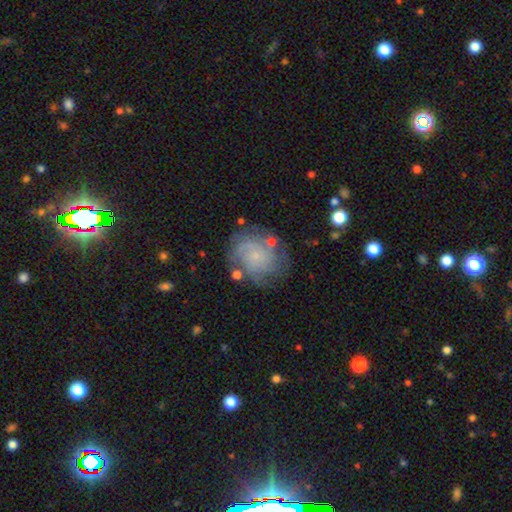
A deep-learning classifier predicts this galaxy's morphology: Smooth or featured: featured or disk — 65% (smooth — 25%)
Edge-on disk: no — 98% (yes — 2%)
Bar: no — 80% (weak — 17%)
Spiral arms: yes — 88% (no — 12%)
Spiral winding: tight — 59% (medium — 30%)
Spiral arm count: can't tell — 42% (3 — 17%)
Bulge size: small — 78% (none — 10%)
Merging: none — 68% (minor disturbance — 19%)